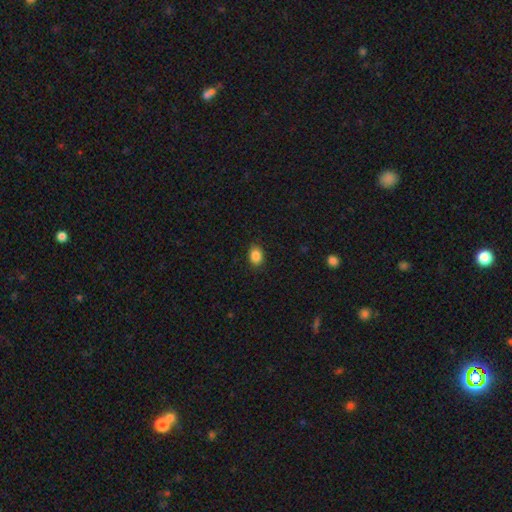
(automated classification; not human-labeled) Smooth or featured? Predicted: smooth (p=0.87). How rounded? Predicted: in between (p=0.68). Merging? Predicted: none (p=0.88).